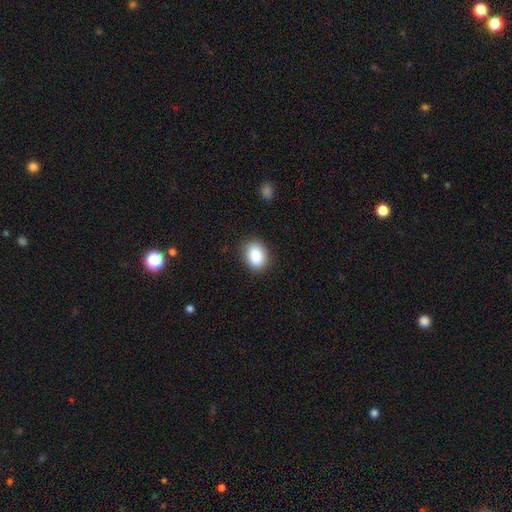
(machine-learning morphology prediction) smooth-or-featured: smooth: 89% | star or artifact: 8% | featured or disk: 4%
  how-rounded: in between: 67% | round: 32% | cigar-shaped: 1%
  merging: none: 86% | minor disturbance: 11% | major disturbance: 3% | merger: 1%